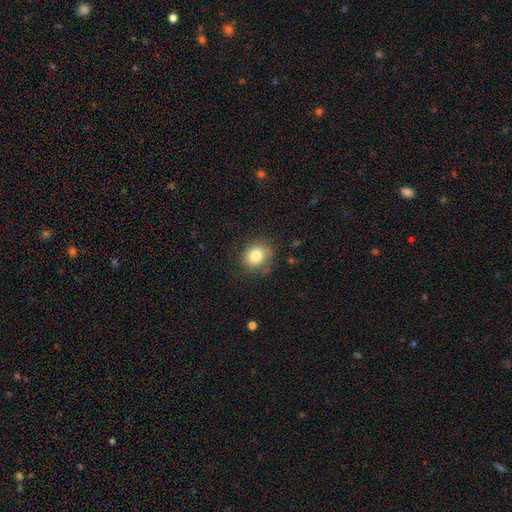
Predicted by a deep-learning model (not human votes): Smooth or featured: smooth — 81% (star or artifact — 10%)
How rounded: round — 71% (in between — 28%)
Merging: none — 76% (minor disturbance — 17%)